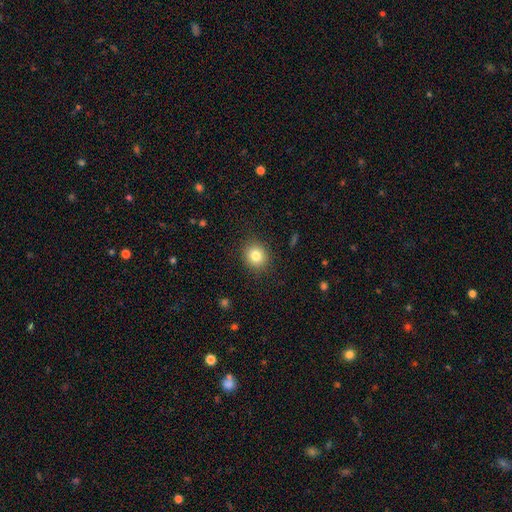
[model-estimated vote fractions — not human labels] A smooth galaxy with no disk features (81%) that is round (81%). Merging: none (89%).